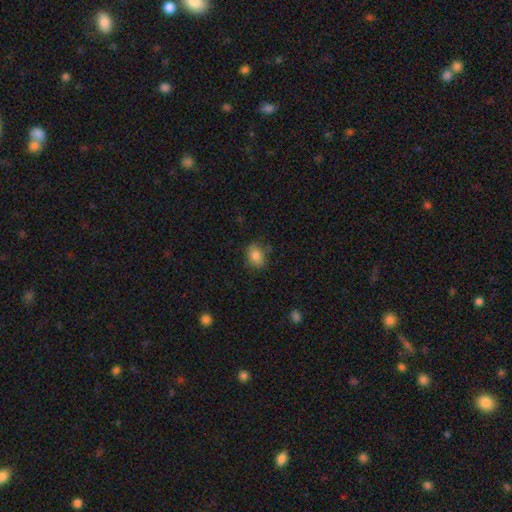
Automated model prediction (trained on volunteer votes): Smooth or featured? smooth (83%)
How rounded? in between (55%)
Merging? none (78%)